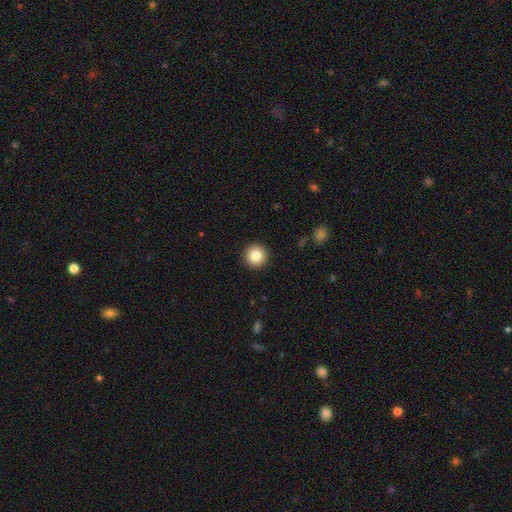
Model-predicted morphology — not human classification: type=smooth (84%); roundness=round (96%); merging=none (93%).